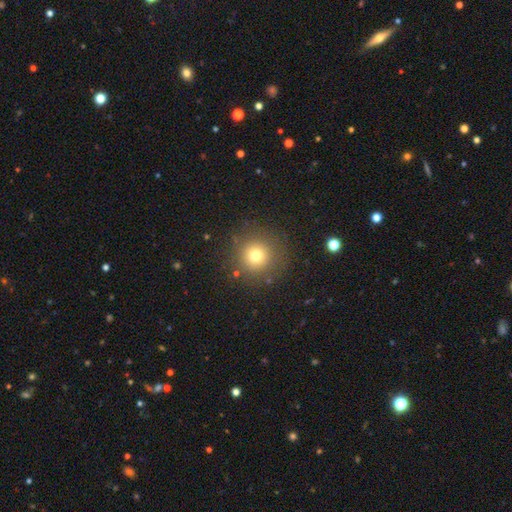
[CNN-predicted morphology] smooth_or_featured: smooth (p=0.73) [alt: star or artifact p=0.17]
how_rounded: round (p=0.95) [alt: in between p=0.04]
merging: none (p=0.87) [alt: minor disturbance p=0.08]